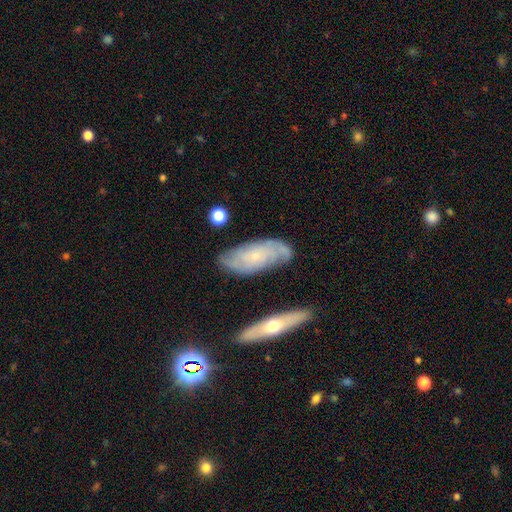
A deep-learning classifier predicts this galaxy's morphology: Smooth or featured?
  - featured or disk: 68% *
  - smooth: 25%
  - star or artifact: 8%
Edge-on disk?
  - no: 88% *
  - yes: 12%
Bar?
  - no: 78% *
  - weak: 18%
  - strong: 3%
Spiral arms?
  - yes: 88% *
  - no: 12%
Spiral winding?
  - tight: 63% *
  - medium: 28%
  - loose: 9%
Spiral arm count?
  - can't tell: 46% *
  - 2: 26%
  - 3: 13%
  - 4: 7%
  - more than 4: 4%
  - 1: 4%
Bulge size?
  - small: 76% *
  - moderate: 15%
  - none: 6%
  - large: 1%
  - dominant: 1%
Merging?
  - none: 74% *
  - minor disturbance: 18%
  - major disturbance: 5%
  - merger: 3%